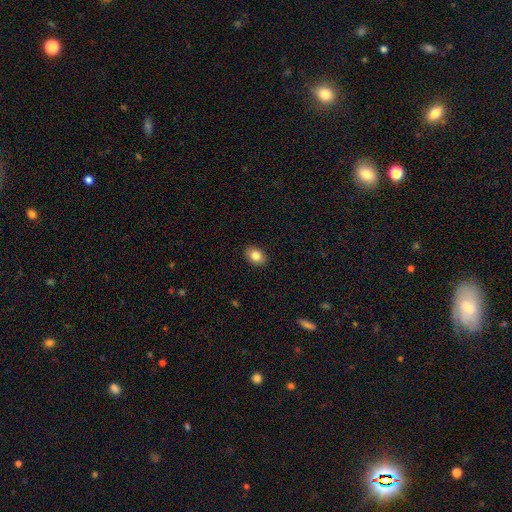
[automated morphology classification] Smooth or featured? Predicted: smooth (p=0.84). How rounded? Predicted: in between (p=0.72). Merging? Predicted: none (p=0.90).